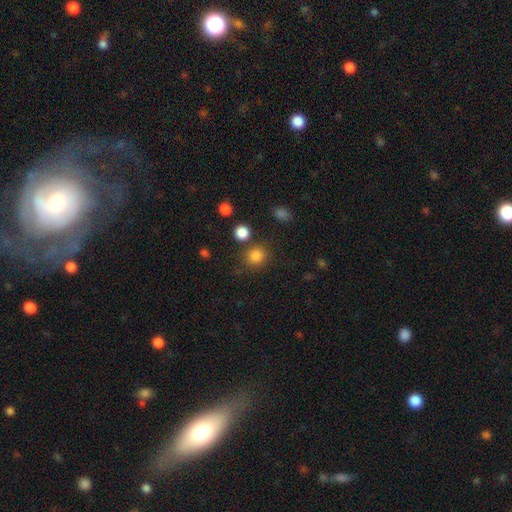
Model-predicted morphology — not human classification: Overall: smooth (83%). How rounded: round (86%). Merging: none (78%).